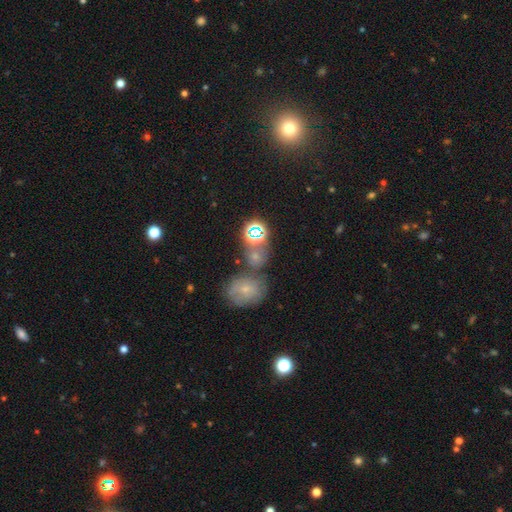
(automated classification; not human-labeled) Overall: smooth (53%; star or artifact 30%). How rounded: round (60%; in between 38%). Merging: none (44%; merger 39%).